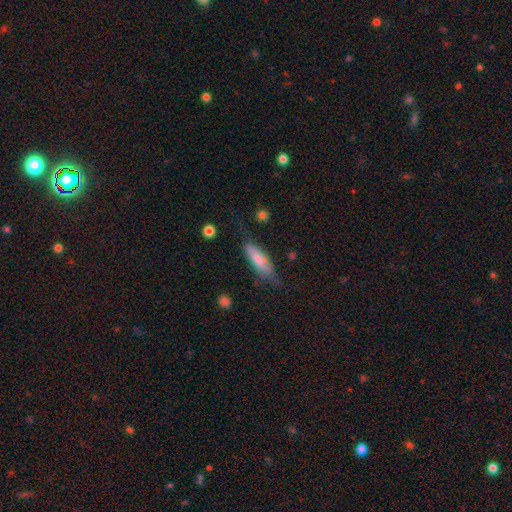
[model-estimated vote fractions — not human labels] smooth-or-featured: smooth: 60% | featured or disk: 32% | star or artifact: 8%
  how-rounded: cigar-shaped: 57% | in between: 41% | round: 2%
  merging: none: 61% | minor disturbance: 27% | major disturbance: 10% | merger: 2%